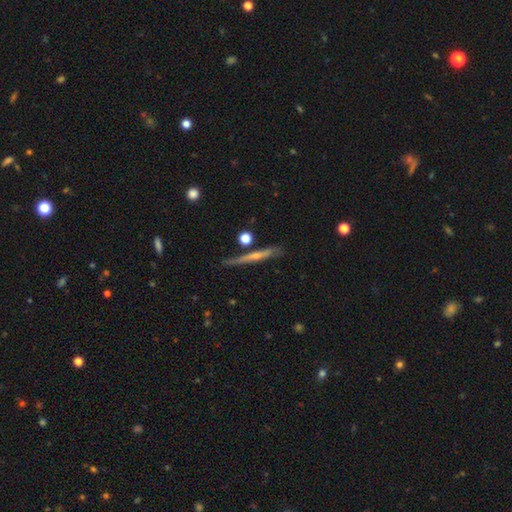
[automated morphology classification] Smooth or featured? Predicted: featured or disk (p=0.64). Edge-on disk? Predicted: yes (p=0.95). Edge-on bulge? Predicted: rounded (p=0.55). Merging? Predicted: none (p=0.78).